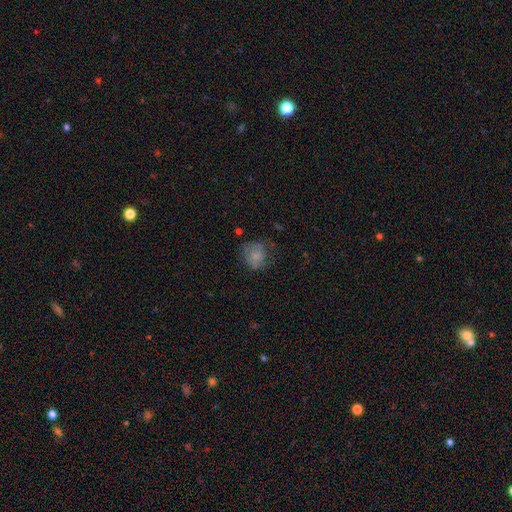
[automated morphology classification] This is likely a smooth galaxy (71%). How rounded: likely round (76%). Merging: possibly none (54%).